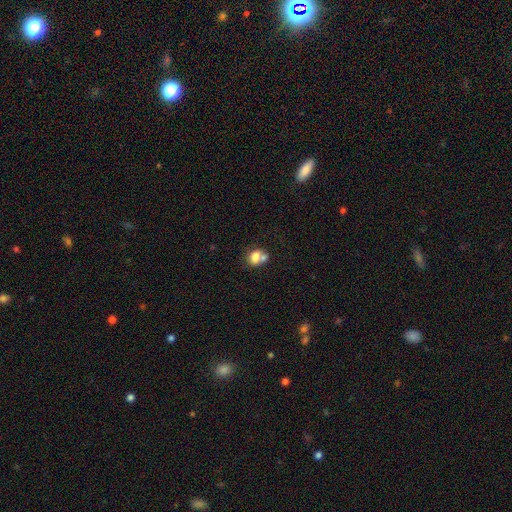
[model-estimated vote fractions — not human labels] A smooth galaxy with no disk features (73%) that is in between round and cigar-shaped (55%).

Vote fractions:
- Smooth or featured? smooth: 73% / featured or disk: 17% / star or artifact: 10%
- How rounded? in between: 55% / round: 44% / cigar-shaped: 1%
- Merging? merger: 50% / none: 32% / minor disturbance: 11% / major disturbance: 6%